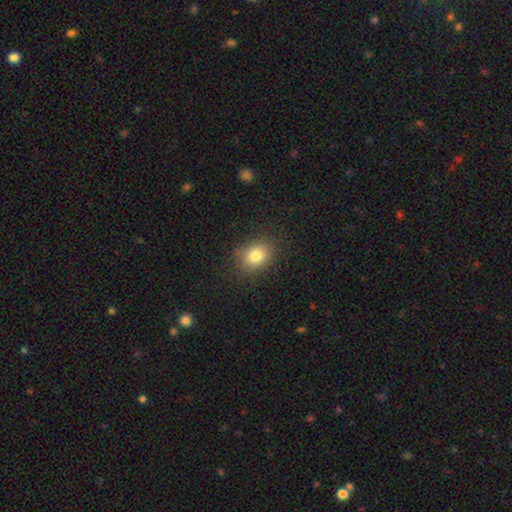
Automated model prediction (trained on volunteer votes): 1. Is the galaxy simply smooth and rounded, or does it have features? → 81% smooth, 11% star or artifact, 8% featured or disk.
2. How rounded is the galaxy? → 53% in between, 46% round, 1% cigar-shaped.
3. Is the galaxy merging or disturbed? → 83% none, 12% minor disturbance, 4% major disturbance, 1% merger.